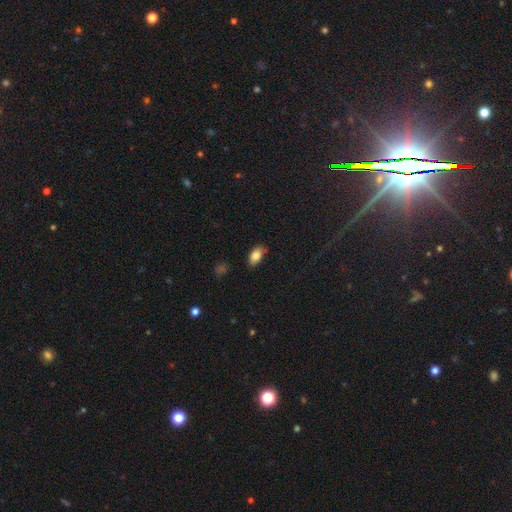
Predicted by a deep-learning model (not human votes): Overall: smooth (84%). How rounded: in between (91%). Merging: none (80%).